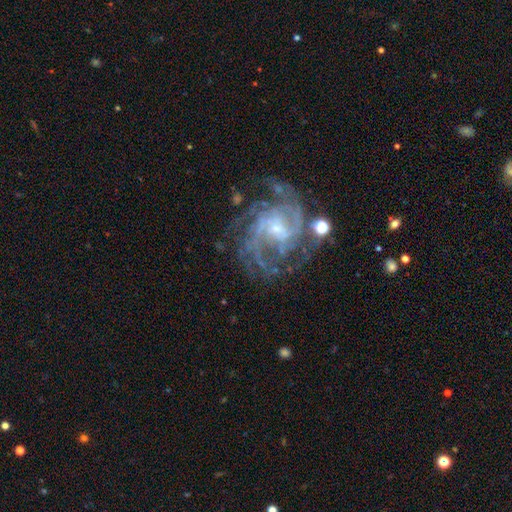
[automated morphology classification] This appears to be a featured or disk galaxy (88%) with a weak bar (47%), 2 (29%) medium (46%) spiral arms (97%) and a small central bulge (61%). Merging: none (69%).